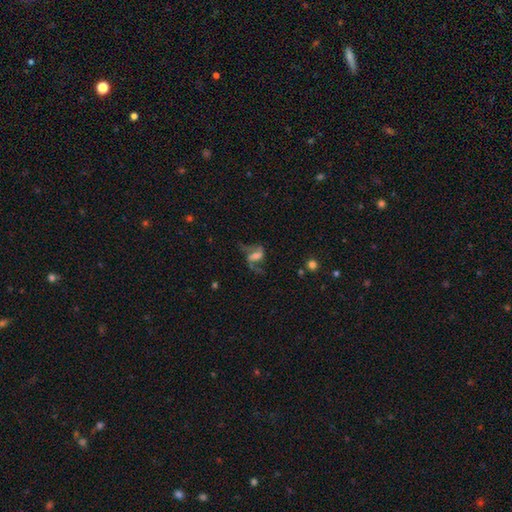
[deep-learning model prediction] smooth-or-featured: featured or disk: 68% | smooth: 21% | star or artifact: 11%
  disk-edge-on: no: 96% | yes: 4%
    bar: weak: 40% | strong: 32% | no: 28%
    has-spiral-arms: yes: 84% | no: 16%
      spiral-winding: loose: 71% | medium: 24% | tight: 5%
      spiral-arm-count: 2: 83% | 1: 8% | can't tell: 5% | 3: 2% | 4: 1% | more than 4: 1%
    bulge-size: moderate: 32% | small: 30% | none: 20% | large: 15% | dominant: 3%
  merging: none: 45% | major disturbance: 34% | minor disturbance: 17% | merger: 5%